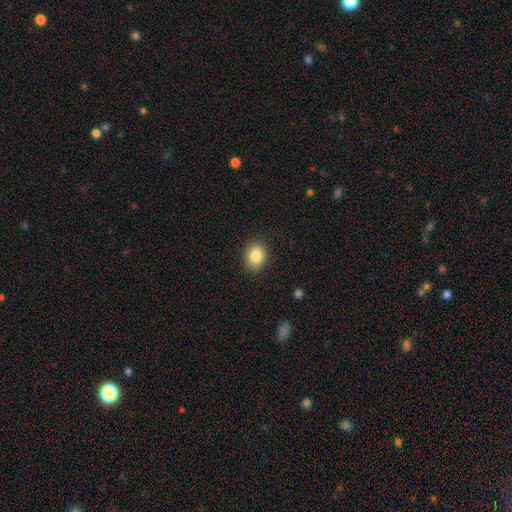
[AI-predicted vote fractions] This appears to be a smooth galaxy with no disk features (85%) that is in between round and cigar-shaped (53%). Merging: none (88%).